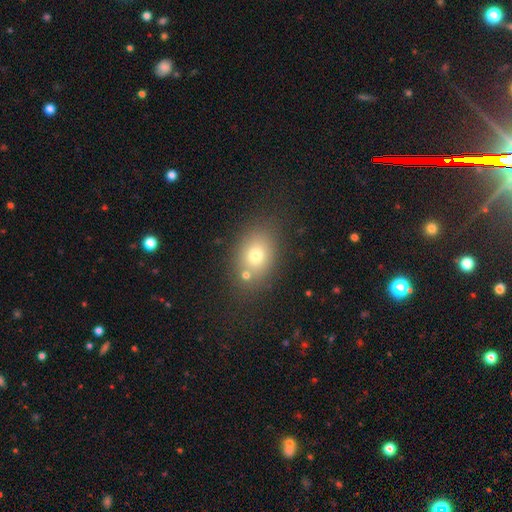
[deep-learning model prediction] This appears to be a smooth galaxy with no disk features (72%) that is in between round and cigar-shaped (67%). Merging: none (69%).